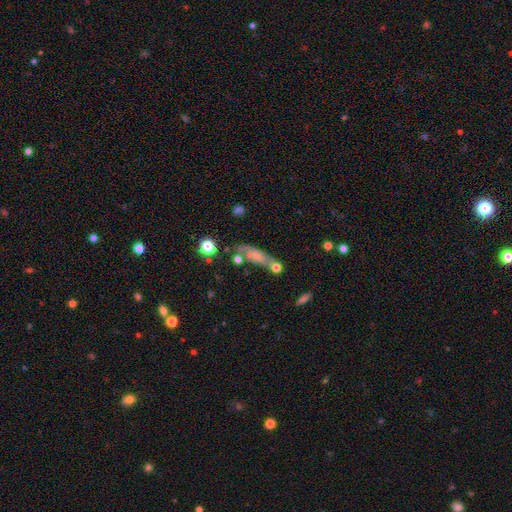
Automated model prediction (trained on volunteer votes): Smooth or featured?
  - smooth: 50% *
  - featured or disk: 38%
  - star or artifact: 11%
How rounded?
  - cigar-shaped: 55% *
  - in between: 37%
  - round: 7%
Merging?
  - none: 49% *
  - minor disturbance: 21%
  - merger: 18%
  - major disturbance: 11%